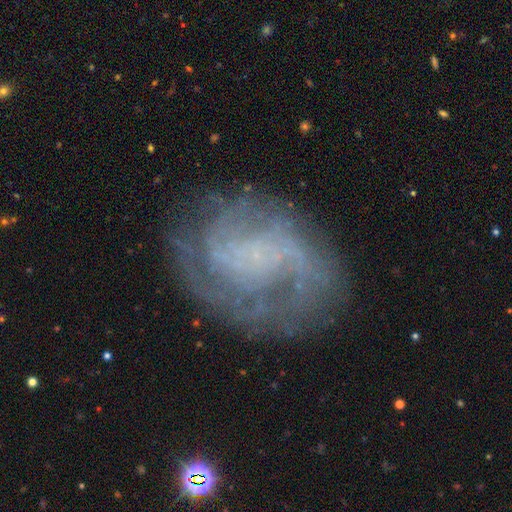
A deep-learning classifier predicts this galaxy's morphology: This is likely a featured or disk galaxy (77%). It is clearly not viewed edge-on (98%). Bar: likely no (69%). Spiral arm pattern: clearly yes (88%). Spiral arm count: marginally can't tell (34%). Spiral winding: possibly tight (45%). Central bulge: likely none (63%). Merging: likely none (69%).